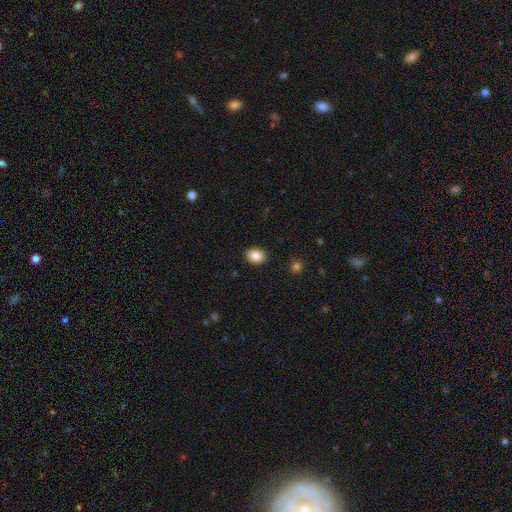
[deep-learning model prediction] Overall: smooth (86%). How rounded: in between (52%; round 47%). Merging: none (90%).